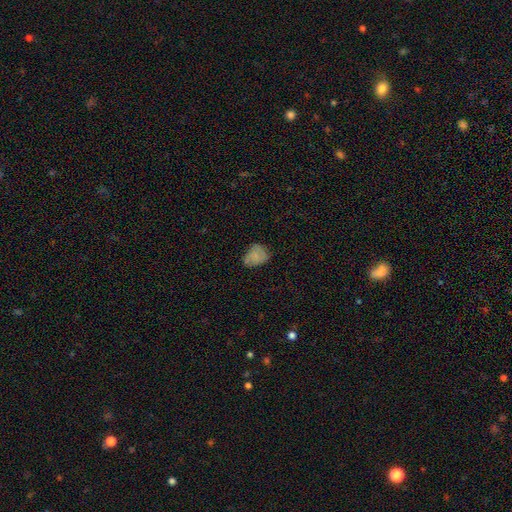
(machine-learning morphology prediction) type=smooth (72%); roundness=in between (68%); merging=none (52%).